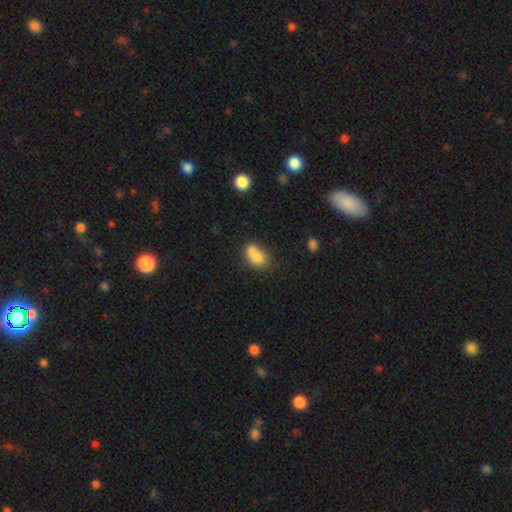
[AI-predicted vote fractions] Smooth or featured? Predicted: smooth (p=0.75). How rounded? Predicted: in between (p=0.78). Merging? Predicted: merger (p=0.37, tied with none).